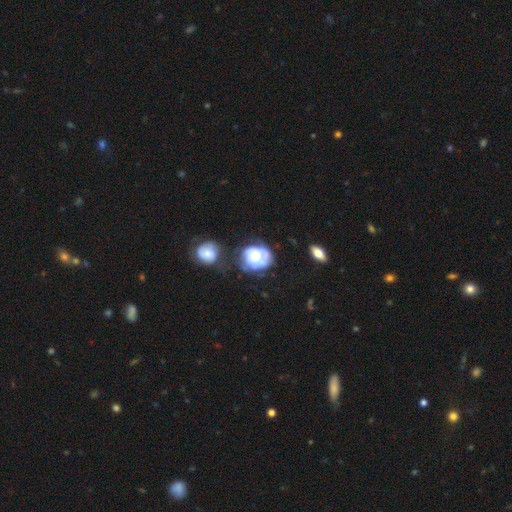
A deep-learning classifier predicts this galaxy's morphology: A featured or disk galaxy (51%).

Vote fractions:
- Smooth or featured? featured or disk: 51% / smooth: 41% / star or artifact: 8%
- Edge-on disk? no: 97% / yes: 3%
- Merging? none: 33% / minor disturbance: 26% / major disturbance: 24% / merger: 18%